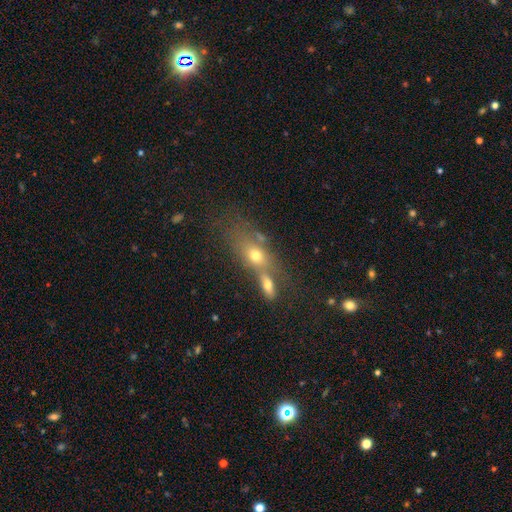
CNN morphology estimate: A smooth galaxy with no disk features (60%) that is in between round and cigar-shaped (66%).

Vote fractions:
- Smooth or featured? smooth: 60% / featured or disk: 27% / star or artifact: 13%
- How rounded? in between: 66% / round: 18% / cigar-shaped: 16%
- Merging? merger: 52% / none: 30% / minor disturbance: 11% / major disturbance: 8%